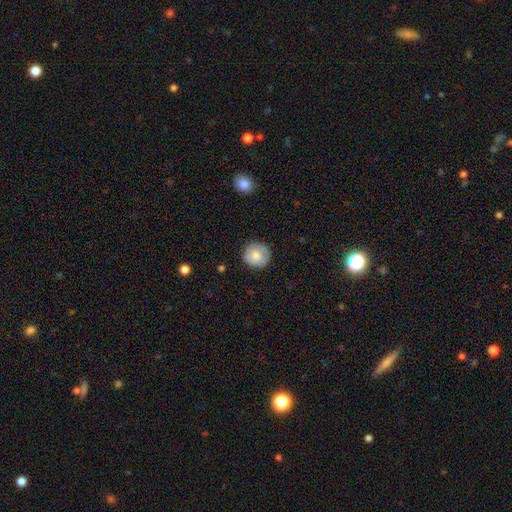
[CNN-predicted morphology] smooth-or-featured: smooth: 77% | featured or disk: 15% | star or artifact: 7%
  how-rounded: round: 92% | in between: 7% | cigar-shaped: 1%
  merging: none: 85% | minor disturbance: 12% | major disturbance: 2% | merger: 1%